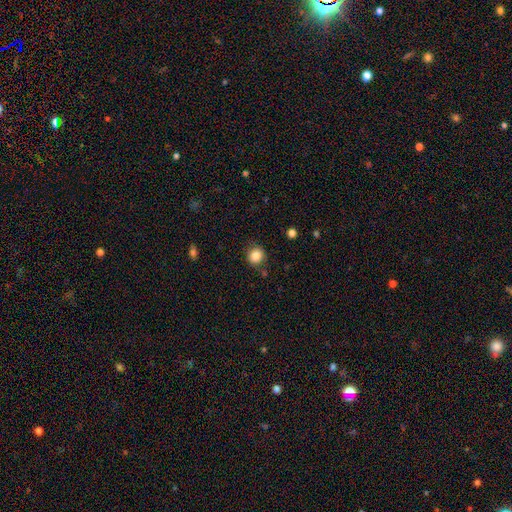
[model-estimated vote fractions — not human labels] Smooth or featured? smooth (86%)
How rounded? round (86%)
Merging? none (82%)